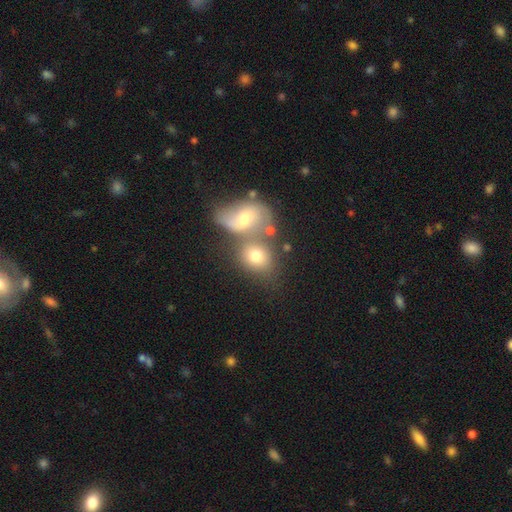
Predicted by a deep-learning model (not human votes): A smooth galaxy with no disk features (70%) that is round (52%).

Vote fractions:
- Smooth or featured? smooth: 70% / featured or disk: 20% / star or artifact: 10%
- How rounded? round: 52% / in between: 47% / cigar-shaped: 2%
- Merging? merger: 46% / none: 38% / minor disturbance: 10% / major disturbance: 6%